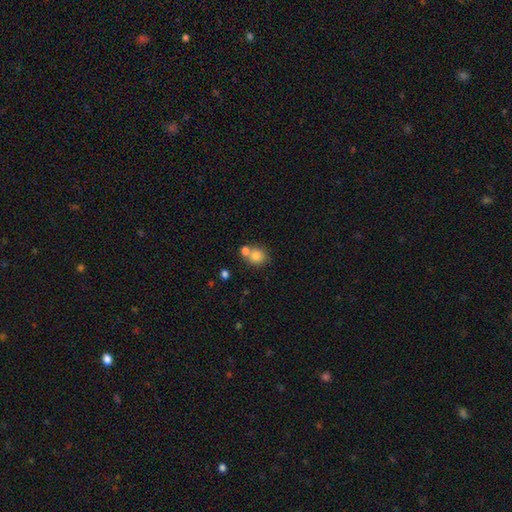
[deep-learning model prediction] A smooth galaxy with no disk features (81%) that is round (82%).

Vote fractions:
- Smooth or featured? smooth: 81% / star or artifact: 10% / featured or disk: 9%
- How rounded? round: 82% / in between: 17% / cigar-shaped: 1%
- Merging? none: 53% / merger: 35% / minor disturbance: 9% / major disturbance: 3%